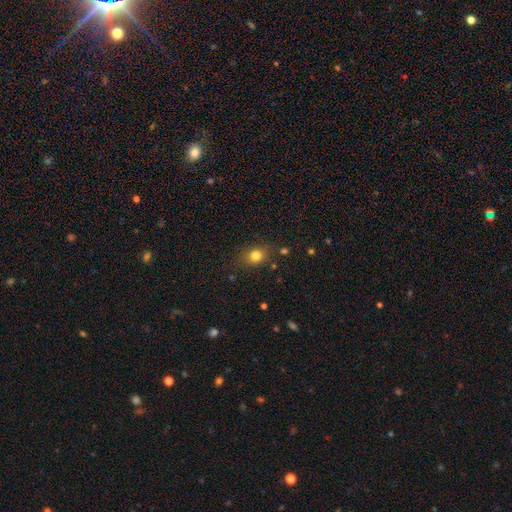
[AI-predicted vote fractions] A smooth galaxy with no disk features (80%) that is round (55%).

Vote fractions:
- Smooth or featured? smooth: 80% / star or artifact: 13% / featured or disk: 8%
- How rounded? round: 55% / in between: 43% / cigar-shaped: 1%
- Merging? none: 78% / minor disturbance: 15% / major disturbance: 4% / merger: 2%